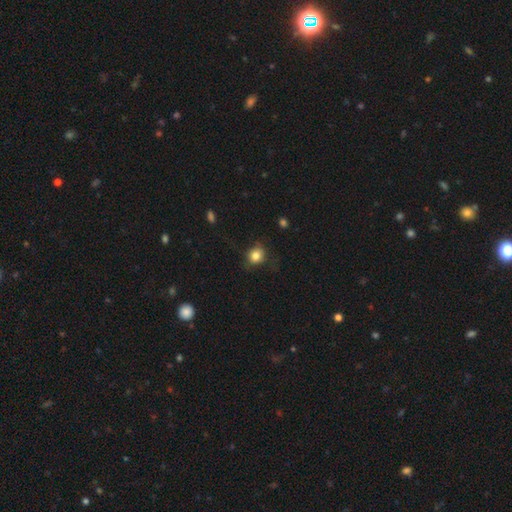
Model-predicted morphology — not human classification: smooth 83%, star or artifact 10%, featured or disk 8%. Down the decision tree: how rounded — round (68%); merging — none (70%).